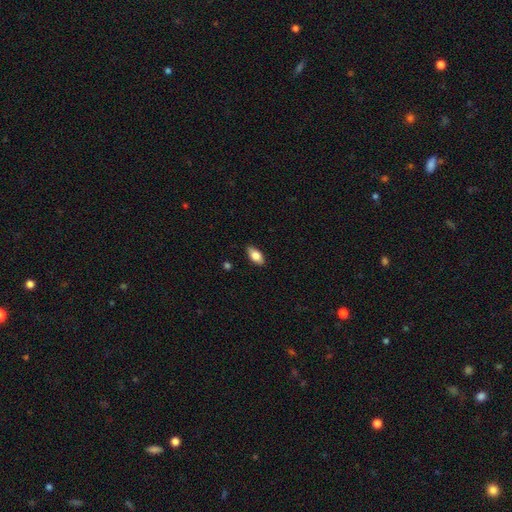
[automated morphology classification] smooth-or-featured: smooth: 81% | featured or disk: 12% | star or artifact: 7%
  how-rounded: in between: 91% | cigar-shaped: 6% | round: 3%
  merging: none: 87% | minor disturbance: 10% | major disturbance: 2% | merger: 1%